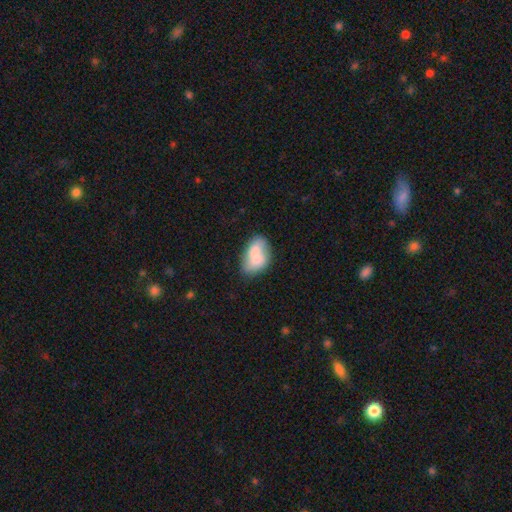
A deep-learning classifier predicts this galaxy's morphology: This appears to be a smooth galaxy with no disk features (70%) that is in between round and cigar-shaped (87%). Merging: none (37%).